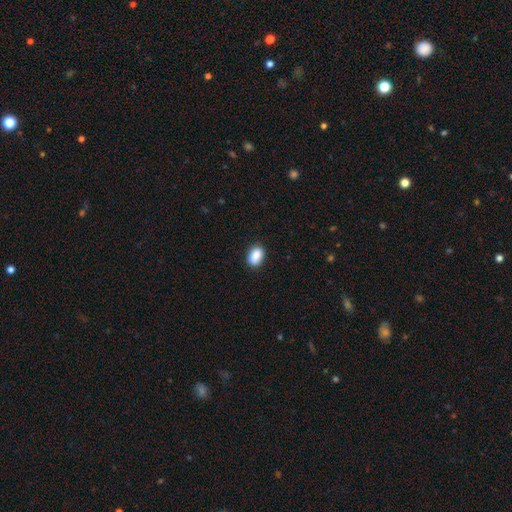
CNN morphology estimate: type=smooth (89%); roundness=in between (86%); merging=none (87%).